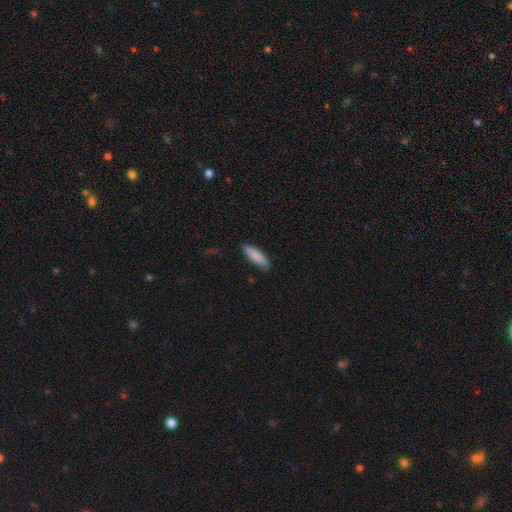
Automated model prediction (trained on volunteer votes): Smooth or featured?
  - smooth: 84% *
  - featured or disk: 11%
  - star or artifact: 6%
How rounded?
  - cigar-shaped: 68% *
  - in between: 30%
  - round: 1%
Merging?
  - none: 86% *
  - minor disturbance: 11%
  - major disturbance: 2%
  - merger: 1%